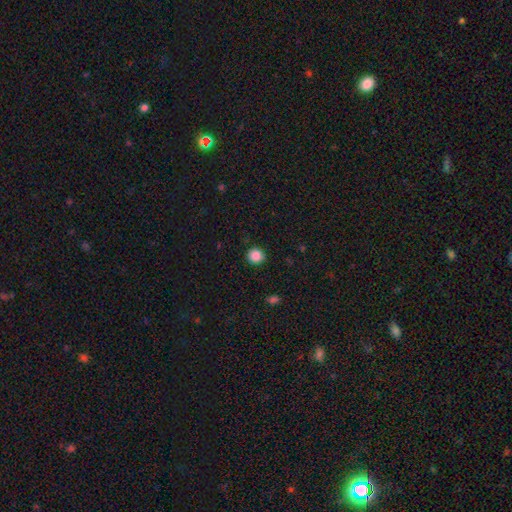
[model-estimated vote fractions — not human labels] Overall: smooth (87%). How rounded: round (92%). Merging: none (91%).